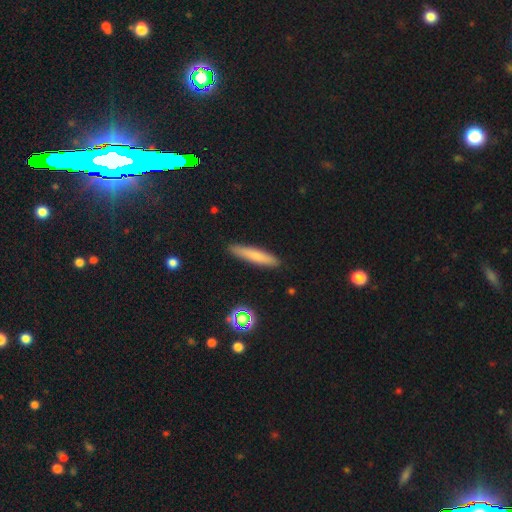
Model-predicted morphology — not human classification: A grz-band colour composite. It shows a smooth galaxy with no disk features (75%) that is cigar-shaped (88%). Merging: none (90%).